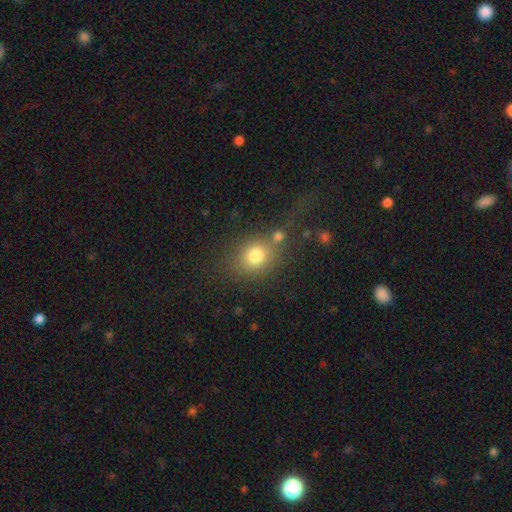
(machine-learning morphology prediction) A smooth galaxy with no disk features (78%) that is round (64%). Merging: none (57%).